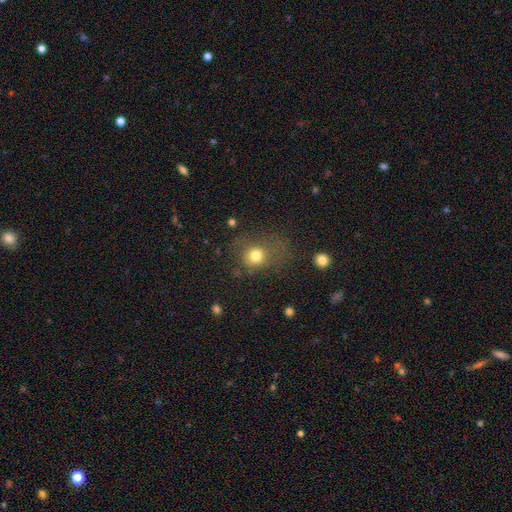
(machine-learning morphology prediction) Smooth or featured? smooth (76%)
How rounded? round (70%)
Merging? none (55%)